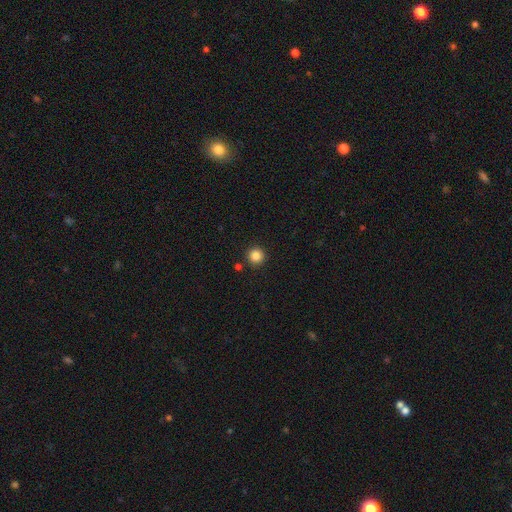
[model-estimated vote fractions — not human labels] The model was most divided on "smooth or featured": smooth: 85%, star or artifact: 11%, featured or disk: 4%. More confident: how rounded — round (96%); merging — none (90%).